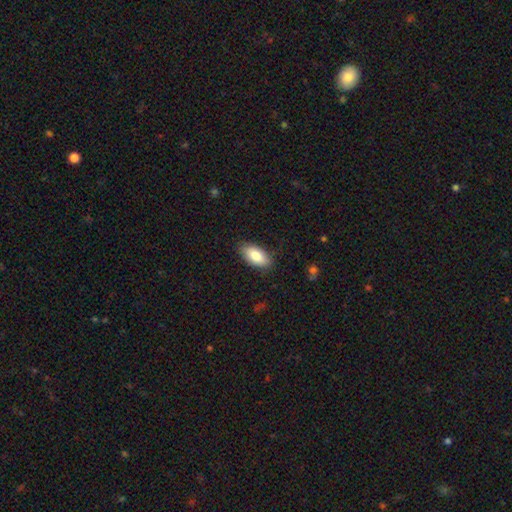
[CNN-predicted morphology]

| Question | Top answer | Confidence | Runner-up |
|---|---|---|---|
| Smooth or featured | smooth | 84% | featured or disk (10%) |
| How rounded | in between | 90% | cigar-shaped (7%) |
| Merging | none | 85% | minor disturbance (12%) |